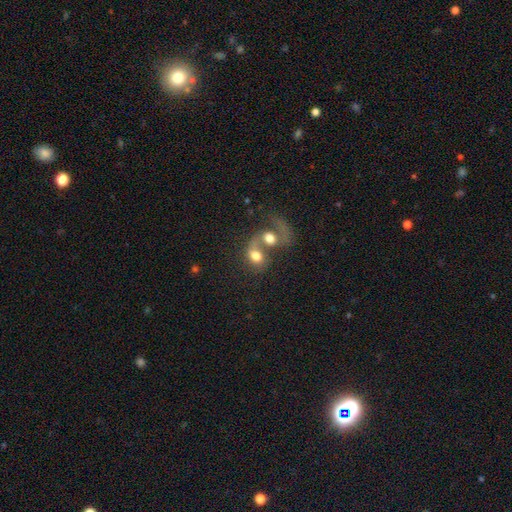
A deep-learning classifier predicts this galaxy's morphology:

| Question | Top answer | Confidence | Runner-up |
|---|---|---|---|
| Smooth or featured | smooth | 55% | featured or disk (35%) |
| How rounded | round | 51% | in between (48%) |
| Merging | merger | 74% | none (11%) |